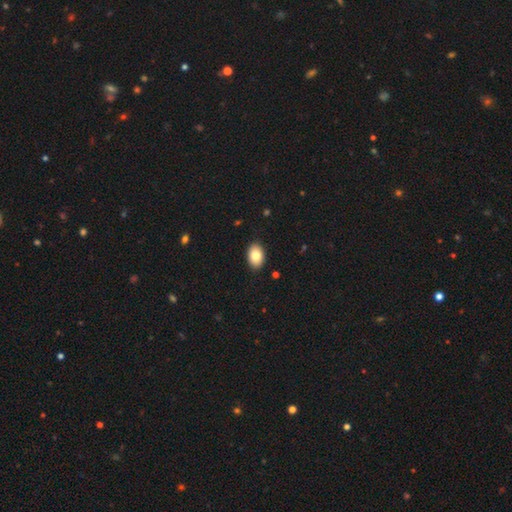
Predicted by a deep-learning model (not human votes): Overall: smooth (83%). How rounded: in between (88%). Merging: none (90%).